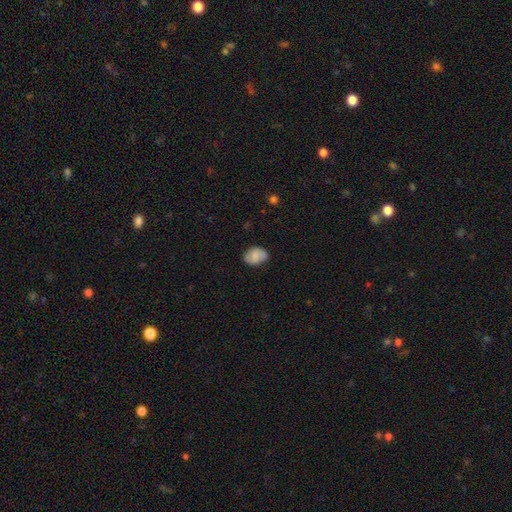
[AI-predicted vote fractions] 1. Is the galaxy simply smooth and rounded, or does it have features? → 62% smooth, 29% featured or disk, 8% star or artifact.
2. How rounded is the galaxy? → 70% in between, 29% round, 1% cigar-shaped.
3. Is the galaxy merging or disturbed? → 74% none, 20% minor disturbance, 4% major disturbance, 2% merger.